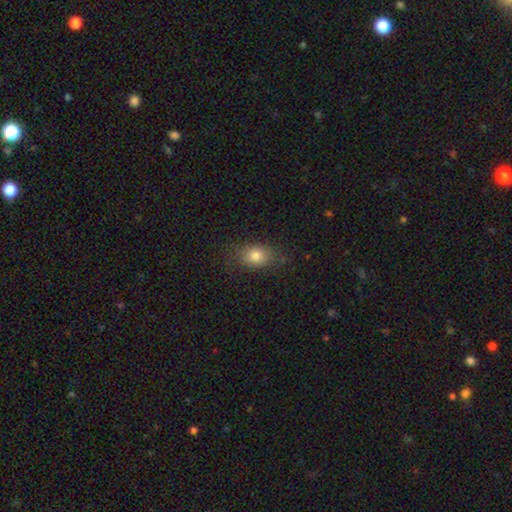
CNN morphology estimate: This is clearly a smooth galaxy (81%). How rounded: likely in between (64%). Merging: likely none (78%).